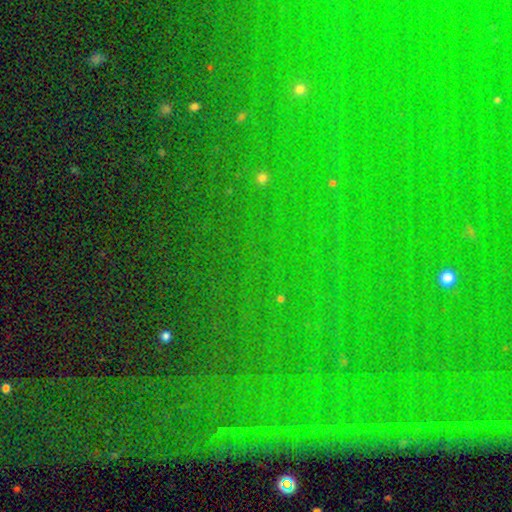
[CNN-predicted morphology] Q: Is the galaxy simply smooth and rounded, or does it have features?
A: star or artifact — 84%.